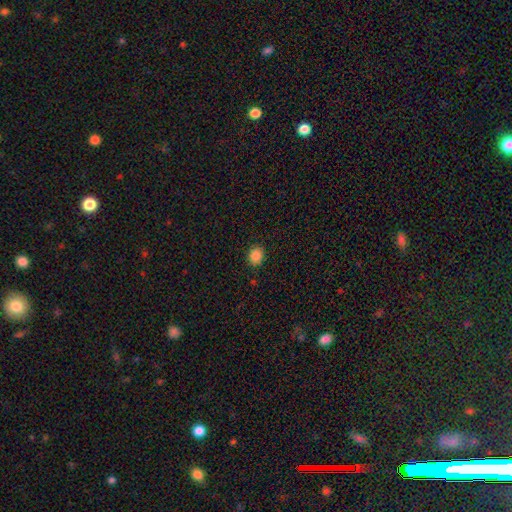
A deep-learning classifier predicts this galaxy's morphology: Smooth or featured? smooth (86%)
How rounded? round (58%)
Merging? none (89%)